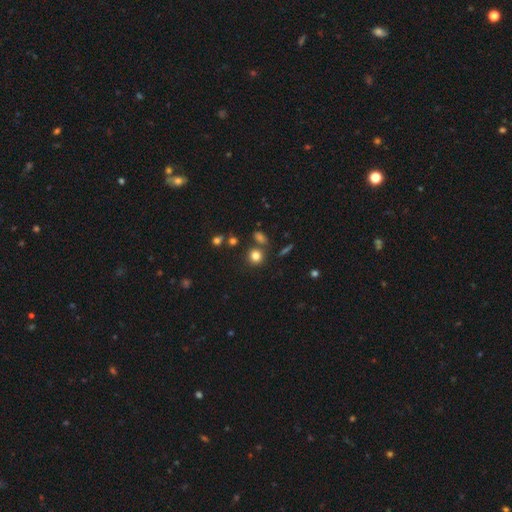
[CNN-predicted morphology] Smooth or featured? Predicted: smooth (p=0.79). How rounded? Predicted: round (p=0.85). Merging? Predicted: none (p=0.75).